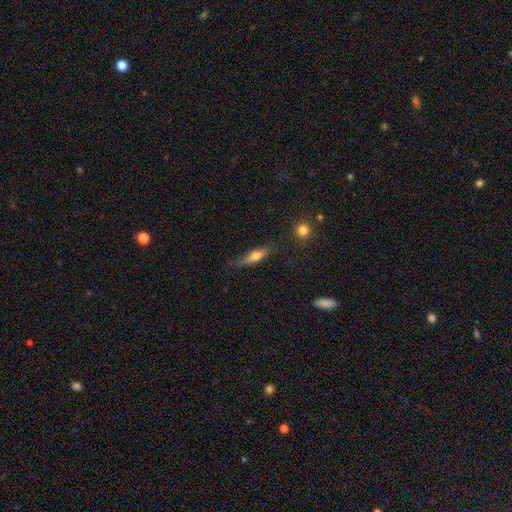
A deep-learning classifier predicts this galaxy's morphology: Q: Smooth or featured?
A: smooth (52%); runner-up: featured or disk (41%)
Q: How rounded?
A: cigar-shaped (70%); runner-up: in between (27%)
Q: Merging?
A: none (73%); runner-up: minor disturbance (20%)